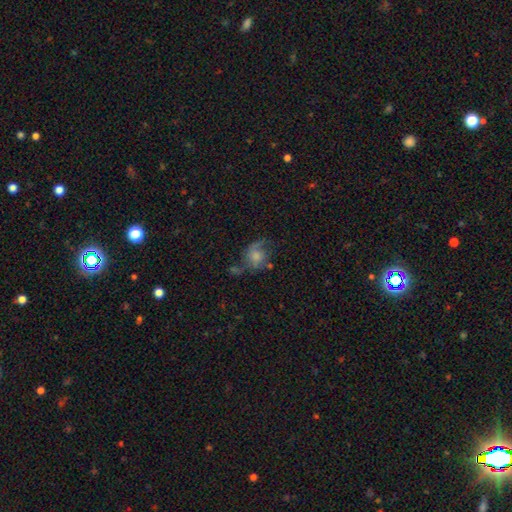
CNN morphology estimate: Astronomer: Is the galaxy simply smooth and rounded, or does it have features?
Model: featured or disk — 47% (runner-up: smooth, 42%).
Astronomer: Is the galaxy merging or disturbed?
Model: none — 38% (runner-up: major disturbance, 27%).